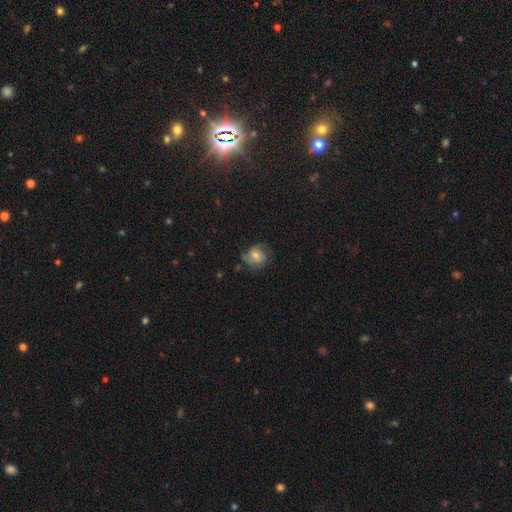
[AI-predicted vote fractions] Smooth or featured?
  - smooth: 48% *
  - featured or disk: 43%
  - star or artifact: 9%
Merging?
  - none: 59% *
  - minor disturbance: 26%
  - major disturbance: 13%
  - merger: 2%